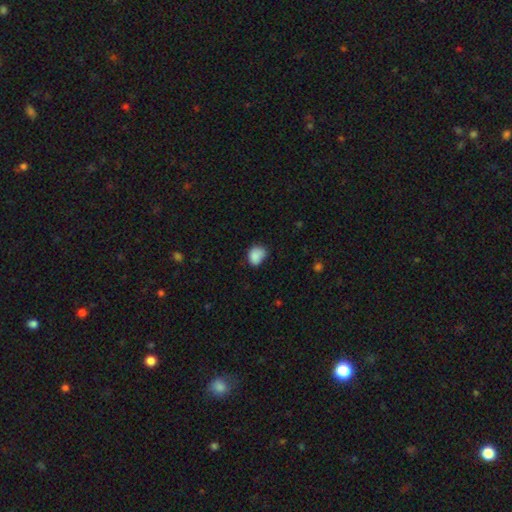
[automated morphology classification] A smooth galaxy with no disk features (86%) that is in between round and cigar-shaped (51%).

Vote fractions:
- Smooth or featured? smooth: 86% / star or artifact: 9% / featured or disk: 5%
- How rounded? in between: 51% / round: 48% / cigar-shaped: 1%
- Merging? none: 55% / minor disturbance: 35% / major disturbance: 7% / merger: 2%